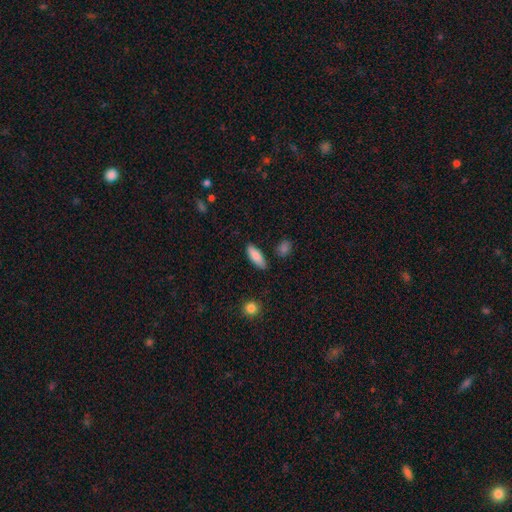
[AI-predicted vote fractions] Smooth or featured: smooth — 85% (featured or disk — 9%)
How rounded: in between — 68% (cigar-shaped — 30%)
Merging: none — 83% (minor disturbance — 12%)